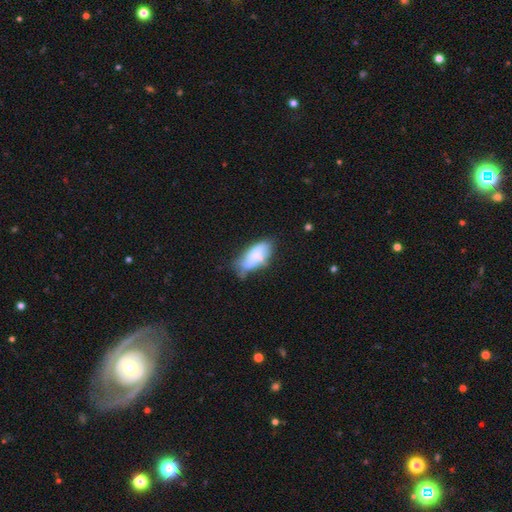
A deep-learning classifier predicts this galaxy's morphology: Smooth or featured?
  - smooth: 60% *
  - featured or disk: 32%
  - star or artifact: 8%
How rounded?
  - in between: 85% *
  - cigar-shaped: 12%
  - round: 3%
Merging?
  - none: 40% *
  - minor disturbance: 35%
  - major disturbance: 16%
  - merger: 9%